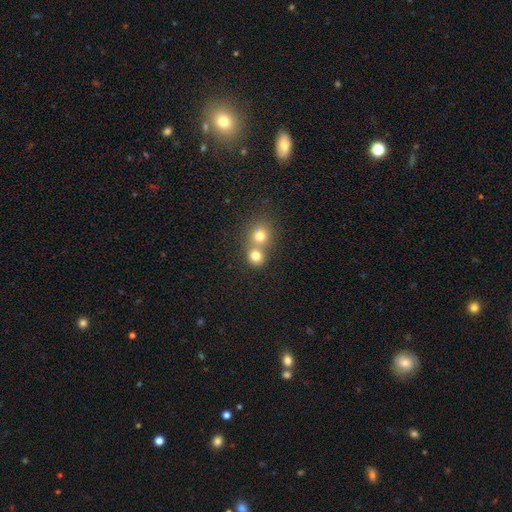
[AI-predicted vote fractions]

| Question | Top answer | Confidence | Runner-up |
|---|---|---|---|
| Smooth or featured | smooth | 77% | star or artifact (13%) |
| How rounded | round | 83% | in between (16%) |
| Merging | merger | 50% | none (42%) |